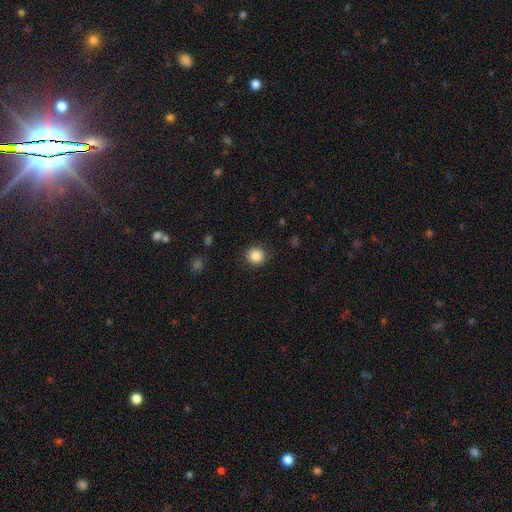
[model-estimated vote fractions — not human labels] Smooth or featured? Predicted: smooth (p=0.86). How rounded? Predicted: round (p=0.94). Merging? Predicted: none (p=0.90).